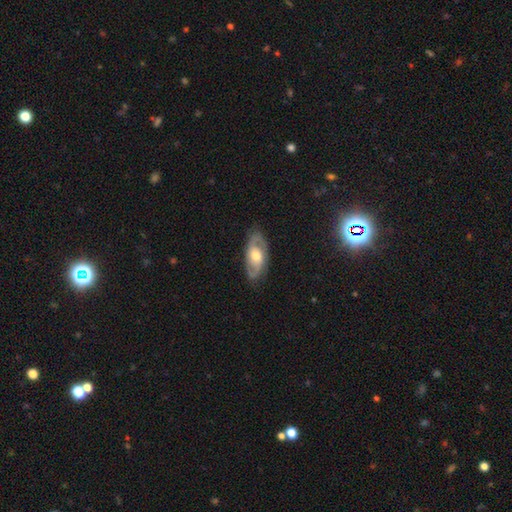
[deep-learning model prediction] Smooth or featured? Predicted: featured or disk (p=0.75). Edge-on disk? Predicted: no (p=0.92). Bar? Predicted: no (p=0.57). Spiral arms? Predicted: yes (p=0.86). Spiral winding? Predicted: medium (p=0.47). Spiral arm count? Predicted: 2 (p=0.84). Bulge size? Predicted: moderate (p=0.71). Merging? Predicted: none (p=0.80).